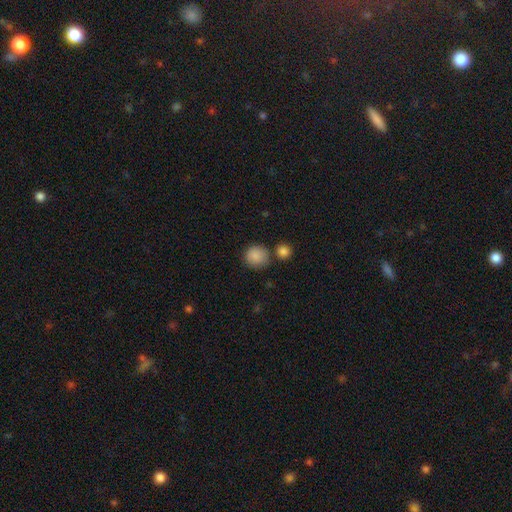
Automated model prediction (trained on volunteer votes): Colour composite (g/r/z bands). It shows a smooth galaxy with no disk features (87%) that is round (91%). Merging: none (76%).